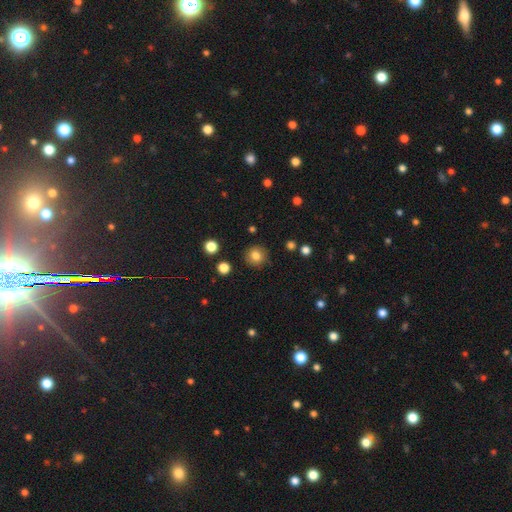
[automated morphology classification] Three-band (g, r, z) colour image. It shows a smooth galaxy with no disk features (81%) that is round (93%). Merging: none (88%).